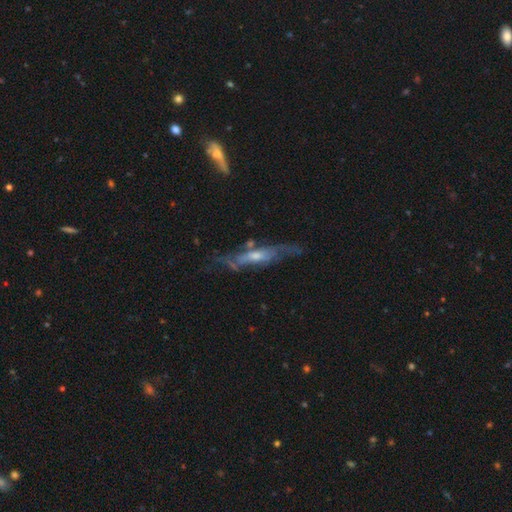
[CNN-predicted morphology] type=featured or disk (72%); edge-on=yes (52%); merging=none (53%).